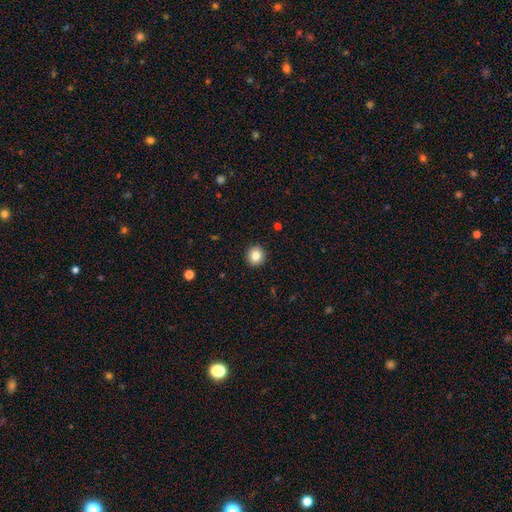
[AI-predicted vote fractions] This is clearly a smooth galaxy (83%). How rounded: clearly round (89%). Merging: clearly none (93%).